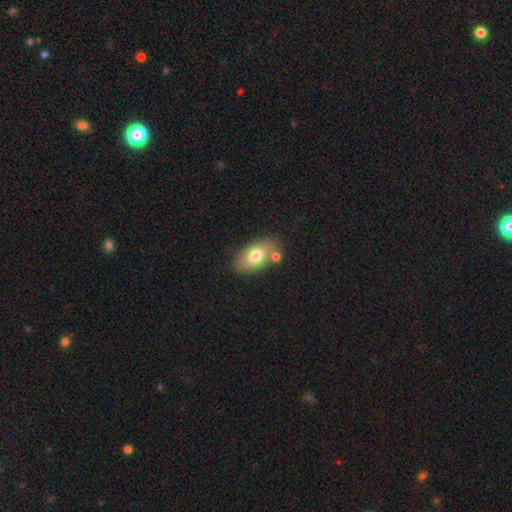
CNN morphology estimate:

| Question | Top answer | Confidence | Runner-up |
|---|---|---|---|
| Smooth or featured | smooth | 73% | featured or disk (19%) |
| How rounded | in between | 91% | round (6%) |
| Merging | none | 70% | minor disturbance (14%) |